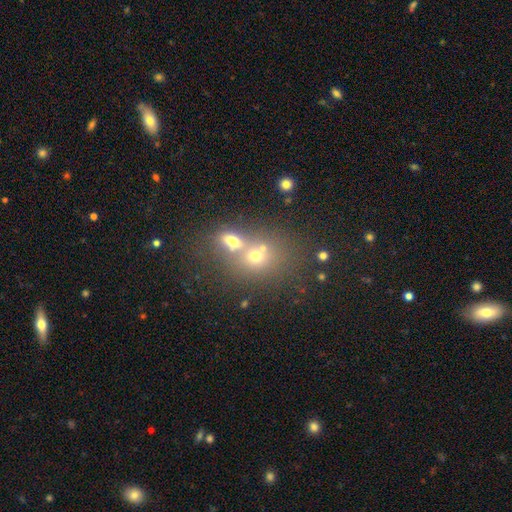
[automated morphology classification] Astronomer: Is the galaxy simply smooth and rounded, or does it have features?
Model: smooth — 53%.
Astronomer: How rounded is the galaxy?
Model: round — 64%.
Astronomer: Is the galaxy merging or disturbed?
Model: merger — 63%.